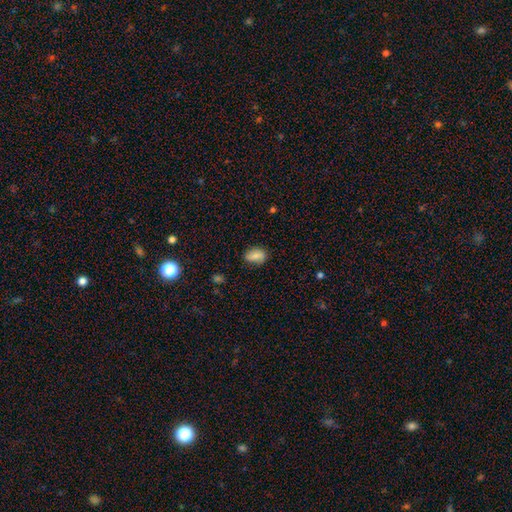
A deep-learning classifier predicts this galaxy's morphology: This appears to be a smooth galaxy with no disk features (76%) that is in between round and cigar-shaped (83%). Merging: none (76%).